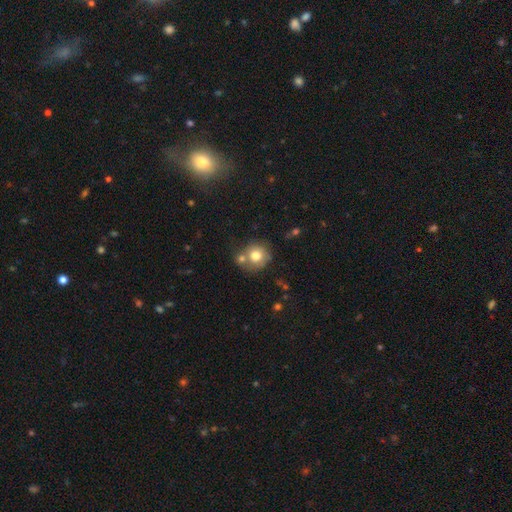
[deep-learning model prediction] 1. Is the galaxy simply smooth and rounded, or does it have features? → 76% smooth, 14% featured or disk, 10% star or artifact.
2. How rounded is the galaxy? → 89% round, 10% in between, 1% cigar-shaped.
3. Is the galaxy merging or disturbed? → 57% none, 27% merger, 12% minor disturbance, 4% major disturbance.